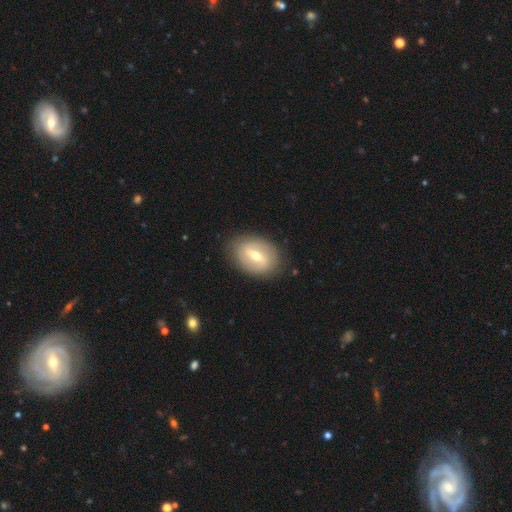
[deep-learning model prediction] featured or disk 65%, smooth 29%, star or artifact 6%. Down the decision tree: edge-on disk — no (92%); bar — weak (44%); spiral arms — yes (57%); bulge size — moderate (66%); merging — none (84%).